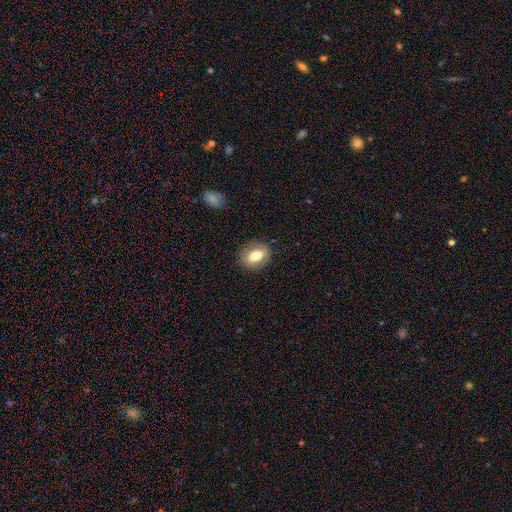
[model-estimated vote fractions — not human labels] Q: Smooth or featured?
A: smooth (74%); runner-up: featured or disk (18%)
Q: How rounded?
A: in between (68%); runner-up: round (30%)
Q: Merging?
A: none (85%); runner-up: minor disturbance (11%)